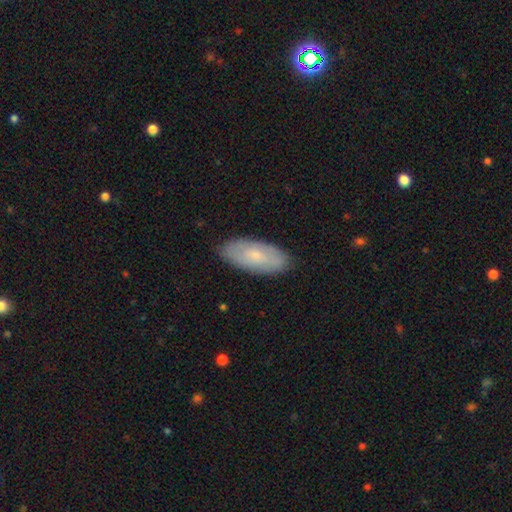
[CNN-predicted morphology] A smooth galaxy with no disk features (62%) that is in between round and cigar-shaped (89%). Merging: none (86%).